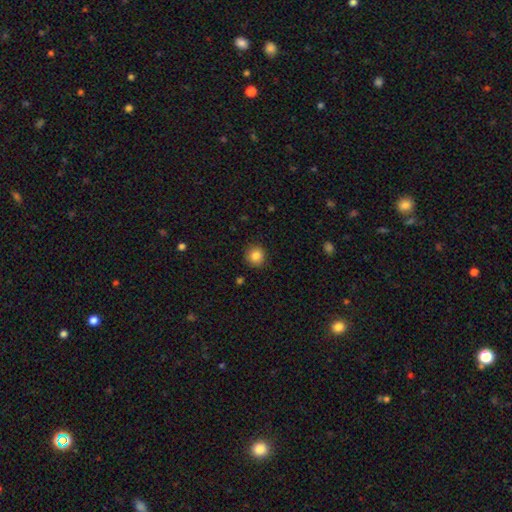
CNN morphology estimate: smooth-or-featured: smooth: 85% | star or artifact: 10% | featured or disk: 5%
  how-rounded: round: 90% | in between: 9% | cigar-shaped: 1%
  merging: none: 89% | minor disturbance: 8% | major disturbance: 2% | merger: 1%